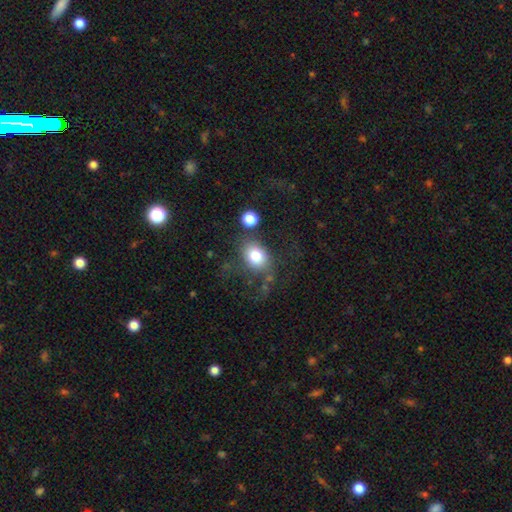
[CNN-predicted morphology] type=smooth (78%); roundness=in between (58%); merging=none (61%).